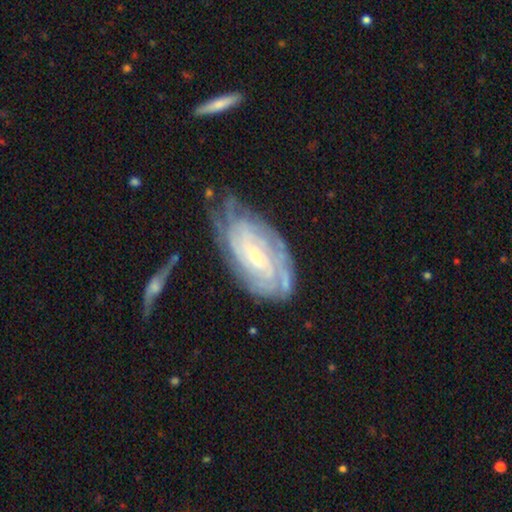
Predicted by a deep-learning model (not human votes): This is clearly a featured or disk galaxy (83%). It is clearly not viewed edge-on (94%). Bar: possibly no (48%). Spiral arm pattern: clearly yes (94%). Spiral arm count: possibly can't tell (46%). Spiral winding: likely tight (75%). Central bulge: likely small (73%). Merging: likely none (60%).